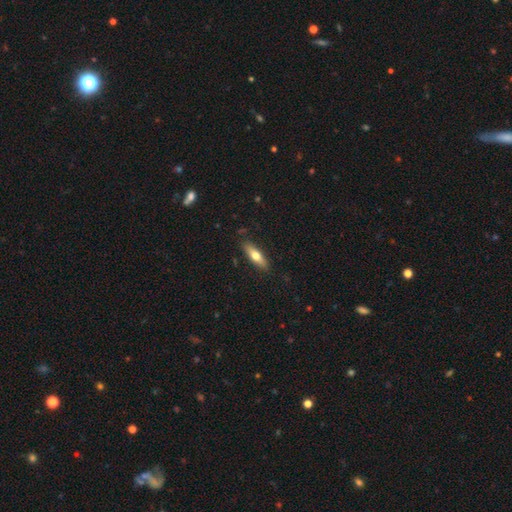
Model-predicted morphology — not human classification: Smooth or featured?
  - smooth: 60% *
  - featured or disk: 34%
  - star or artifact: 6%
How rounded?
  - cigar-shaped: 58% *
  - in between: 39%
  - round: 2%
Merging?
  - none: 87% *
  - minor disturbance: 10%
  - major disturbance: 2%
  - merger: 1%